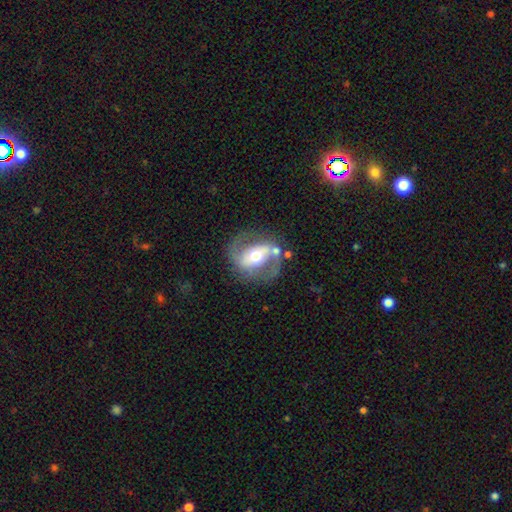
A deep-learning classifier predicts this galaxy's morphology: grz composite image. It shows a featured or disk galaxy (78%) with a strong bar (40%), 2 (86%) medium (49%) spiral arms (83%) and a moderate central bulge (68%). Merging: none (68%).